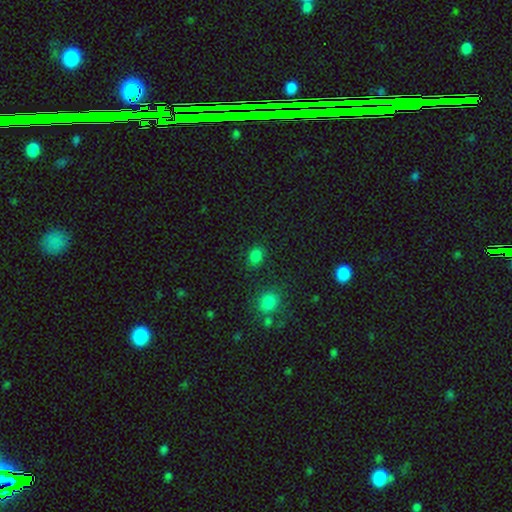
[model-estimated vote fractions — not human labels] Smooth or featured: smooth — 81% (star or artifact — 15%)
How rounded: in between — 64% (round — 35%)
Merging: none — 80% (minor disturbance — 12%)